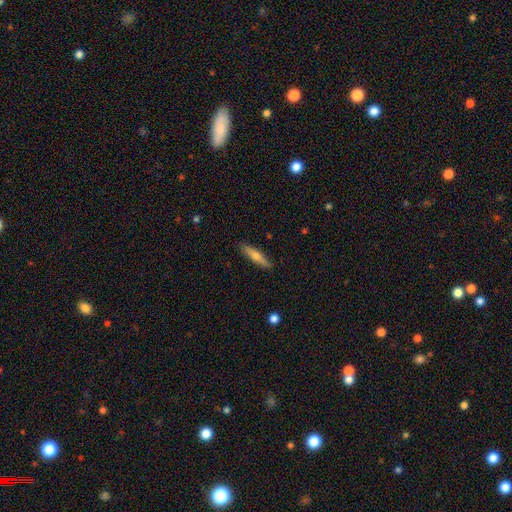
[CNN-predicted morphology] smooth 55%, featured or disk 39%, star or artifact 6%. Down the decision tree: how rounded — cigar-shaped (82%); merging — none (89%).